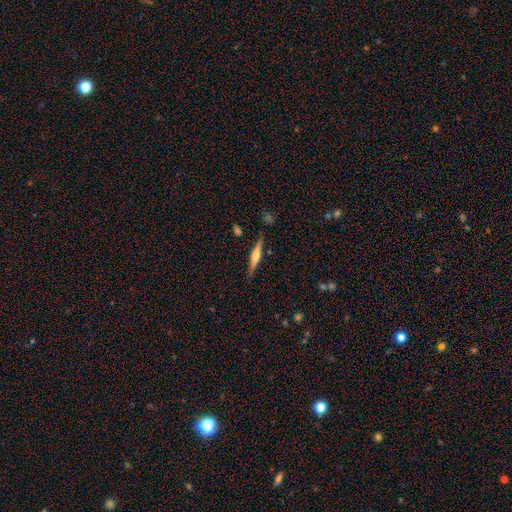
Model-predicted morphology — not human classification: Smooth or featured? featured or disk (56%)
Edge-on disk? yes (96%)
Edge-on bulge? rounded (81%)
Merging? none (86%)